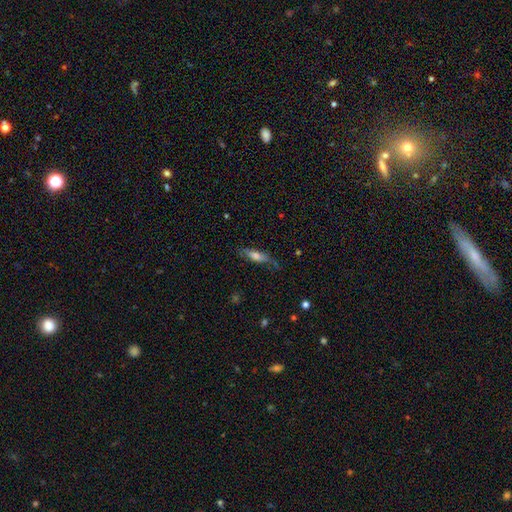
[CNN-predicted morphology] Overall: smooth (61%; featured or disk 31%). How rounded: cigar-shaped (58%; in between 39%). Merging: none (69%).